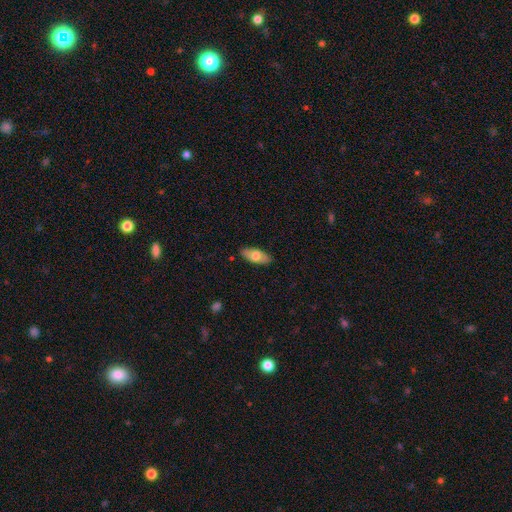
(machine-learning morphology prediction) A smooth galaxy with no disk features (68%) that is in between round and cigar-shaped (86%).

Vote fractions:
- Smooth or featured? smooth: 68% / featured or disk: 26% / star or artifact: 6%
- How rounded? in between: 86% / cigar-shaped: 12% / round: 3%
- Merging? none: 87% / minor disturbance: 10% / major disturbance: 2% / merger: 1%